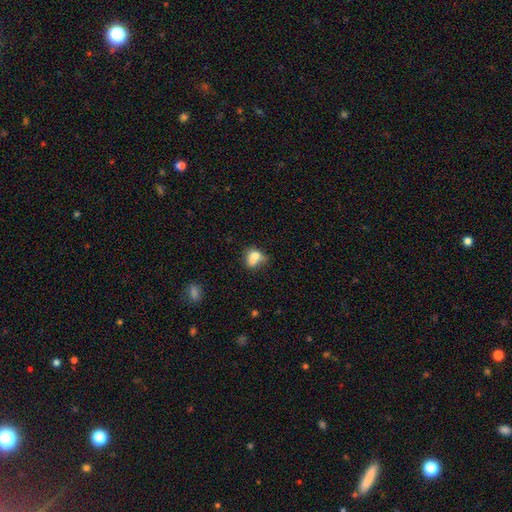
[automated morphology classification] A smooth galaxy with no disk features (73%) that is in between round and cigar-shaped (62%).

Vote fractions:
- Smooth or featured? smooth: 73% / featured or disk: 16% / star or artifact: 11%
- How rounded? in between: 62% / round: 35% / cigar-shaped: 3%
- Merging? none: 33% / merger: 28% / minor disturbance: 24% / major disturbance: 15%